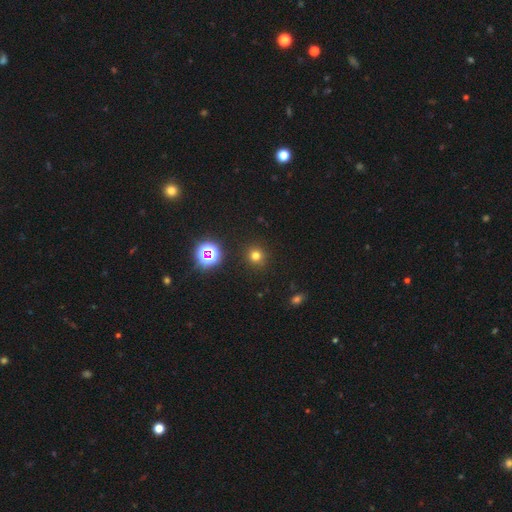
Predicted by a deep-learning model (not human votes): Smooth or featured: smooth — 71% (star or artifact — 23%)
How rounded: round — 93% (in between — 6%)
Merging: none — 91% (minor disturbance — 6%)